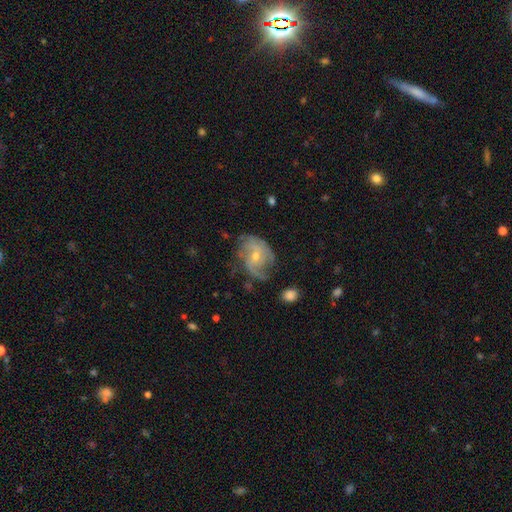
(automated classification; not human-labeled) Morphology: type=featured or disk (78%); edge-on=no (97%); bar=no (61%); spiral arms=yes (91%); winding=tight (41%); arm count=2 (36%); bulge=small (58%); merging=none (58%).